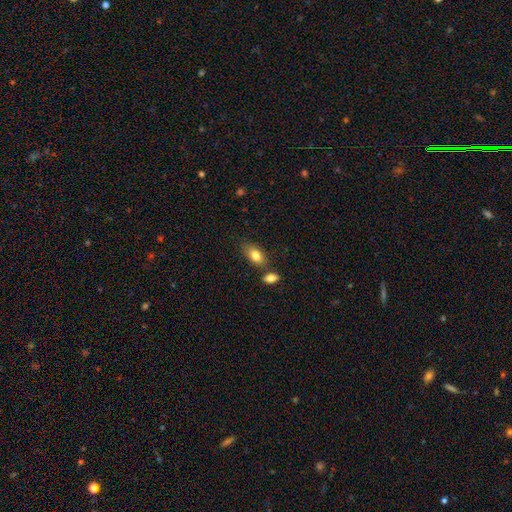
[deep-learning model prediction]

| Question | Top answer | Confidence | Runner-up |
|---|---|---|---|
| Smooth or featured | smooth | 82% | featured or disk (11%) |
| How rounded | in between | 88% | round (8%) |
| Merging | none | 65% | minor disturbance (16%) |